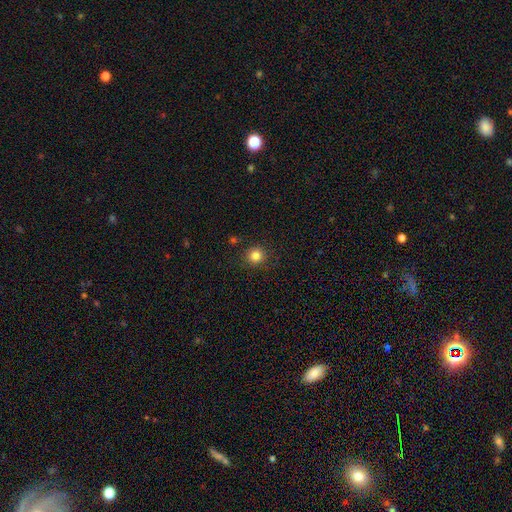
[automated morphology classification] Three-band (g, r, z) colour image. It shows a smooth galaxy with no disk features (82%) that is round (92%). Merging: none (87%).